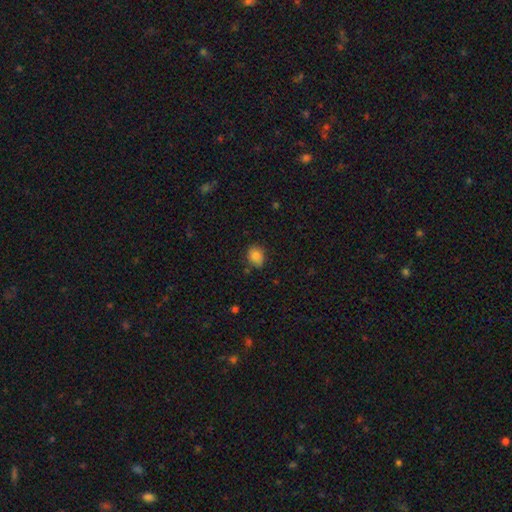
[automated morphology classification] This appears to be a smooth galaxy with no disk features (85%) that is round (53%). Merging: none (79%).